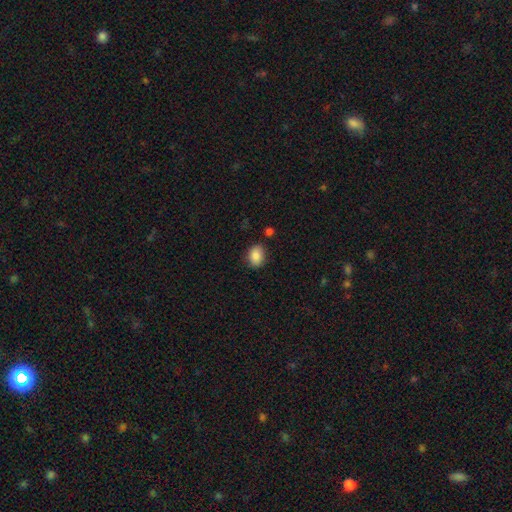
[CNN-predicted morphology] Smooth or featured: smooth — 87% (star or artifact — 8%)
How rounded: in between — 64% (round — 35%)
Merging: none — 81% (minor disturbance — 13%)